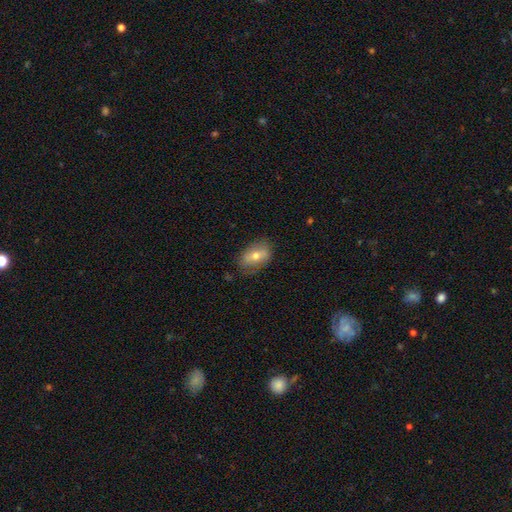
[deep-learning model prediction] A smooth galaxy with no disk features (57%) that is in between round and cigar-shaped (86%). Merging: none (74%).